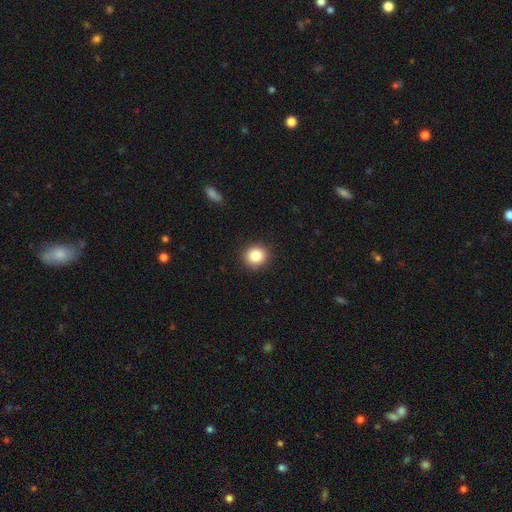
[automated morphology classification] Q: Smooth or featured?
A: smooth (85%); runner-up: star or artifact (10%)
Q: How rounded?
A: round (88%); runner-up: in between (12%)
Q: Merging?
A: none (90%); runner-up: minor disturbance (7%)